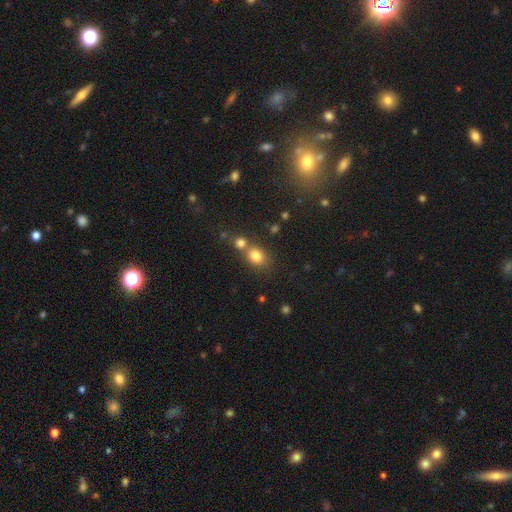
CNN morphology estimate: Smooth or featured? smooth (79%)
How rounded? round (56%)
Merging? none (46%)